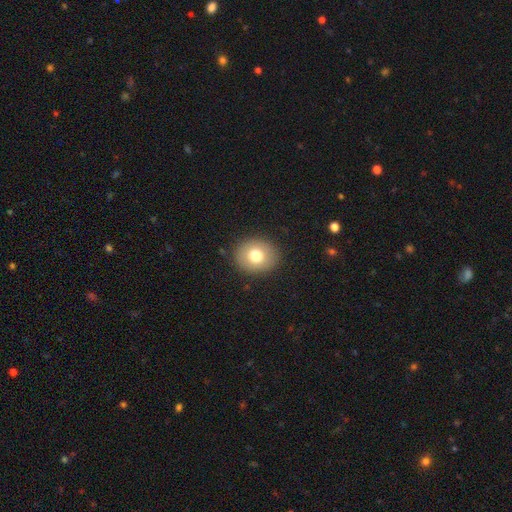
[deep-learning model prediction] smooth-or-featured: smooth: 75% | featured or disk: 15% | star or artifact: 10%
  how-rounded: round: 71% | in between: 29% | cigar-shaped: 1%
  merging: none: 89% | minor disturbance: 7% | major disturbance: 3% | merger: 1%